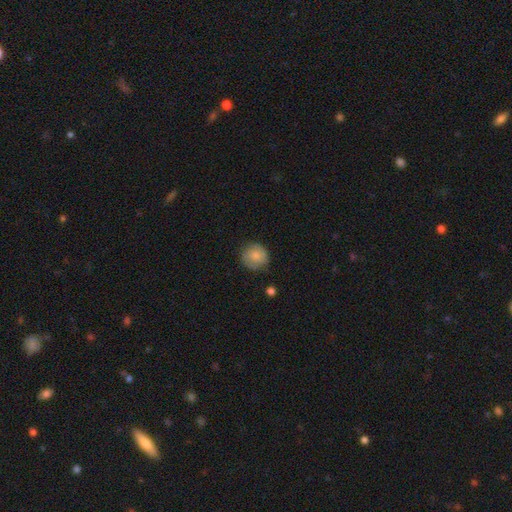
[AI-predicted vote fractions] Smooth or featured?
  - smooth: 80% *
  - featured or disk: 12%
  - star or artifact: 7%
How rounded?
  - round: 89% *
  - in between: 10%
  - cigar-shaped: 1%
Merging?
  - none: 78% *
  - minor disturbance: 17%
  - major disturbance: 4%
  - merger: 1%